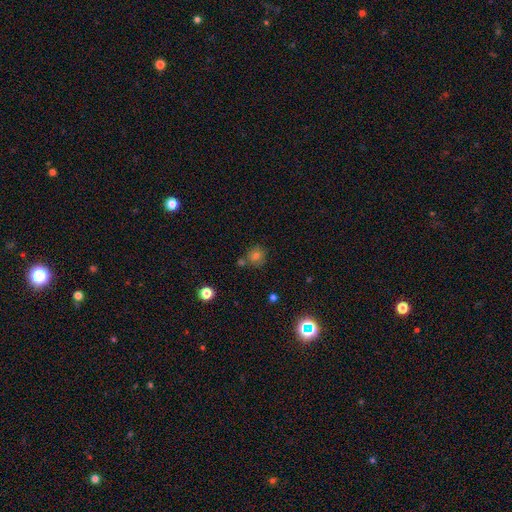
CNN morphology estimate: Smooth or featured: smooth — 75% (star or artifact — 17%)
How rounded: round — 83% (in between — 16%)
Merging: none — 69% (merger — 15%)